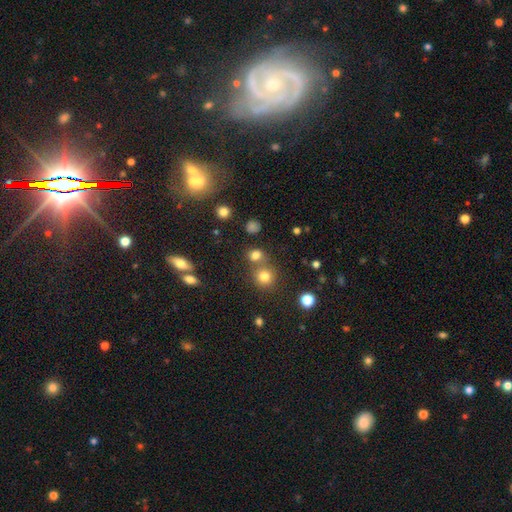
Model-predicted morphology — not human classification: Smooth or featured: smooth — 75% (star or artifact — 18%)
How rounded: round — 85% (in between — 14%)
Merging: none — 62% (merger — 26%)